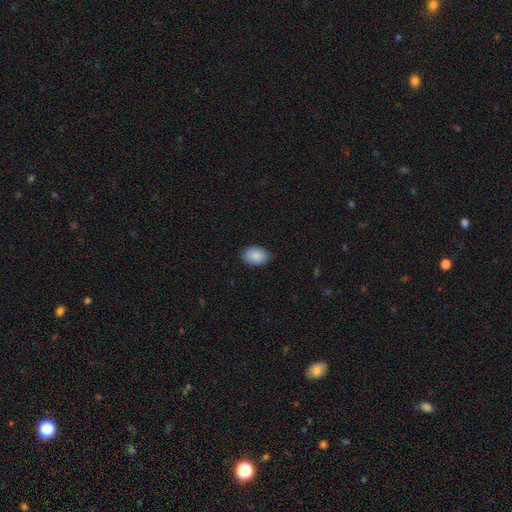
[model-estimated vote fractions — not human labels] Smooth or featured: smooth — 88% (star or artifact — 7%)
How rounded: in between — 80% (round — 19%)
Merging: none — 81% (minor disturbance — 16%)